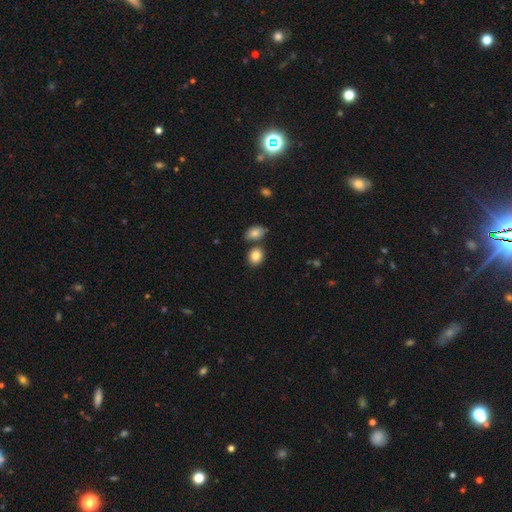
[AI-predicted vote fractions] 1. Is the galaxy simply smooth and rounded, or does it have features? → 85% smooth, 9% star or artifact, 6% featured or disk.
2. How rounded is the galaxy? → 54% round, 44% in between, 1% cigar-shaped.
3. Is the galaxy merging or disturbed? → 69% none, 18% merger, 10% minor disturbance, 3% major disturbance.